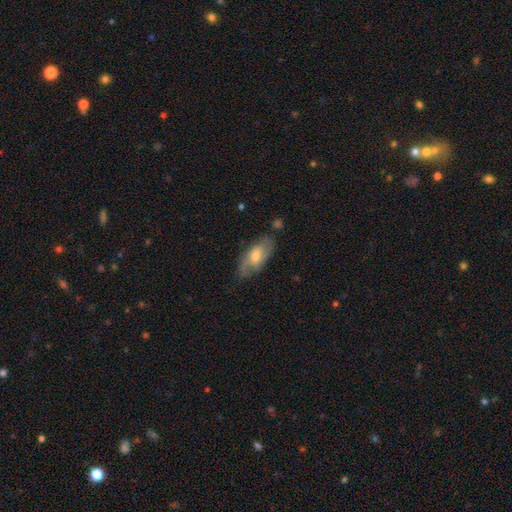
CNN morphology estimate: Smooth or featured? featured or disk (52%)
Edge-on disk? no (84%)
Merging? none (73%)